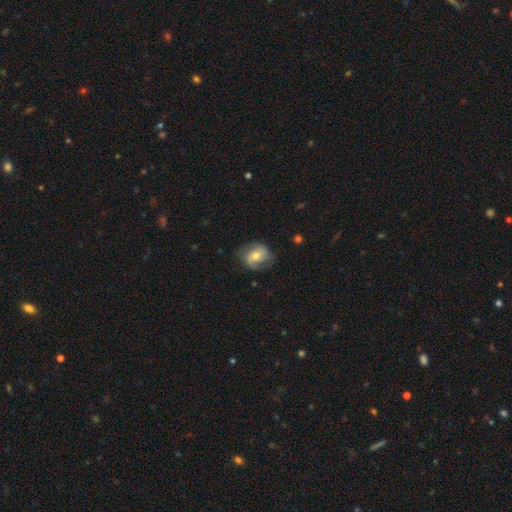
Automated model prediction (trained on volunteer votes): This appears to be a smooth galaxy with no disk features (49%). Merging: none (63%).